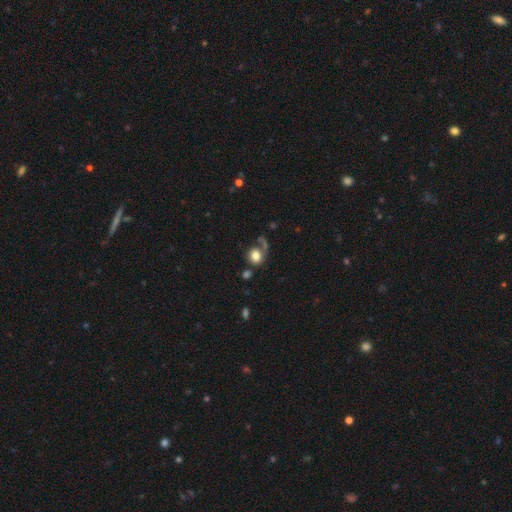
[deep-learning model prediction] smooth 76%, featured or disk 14%, star or artifact 10%. Down the decision tree: how rounded — round (74%); merging — none (54%).